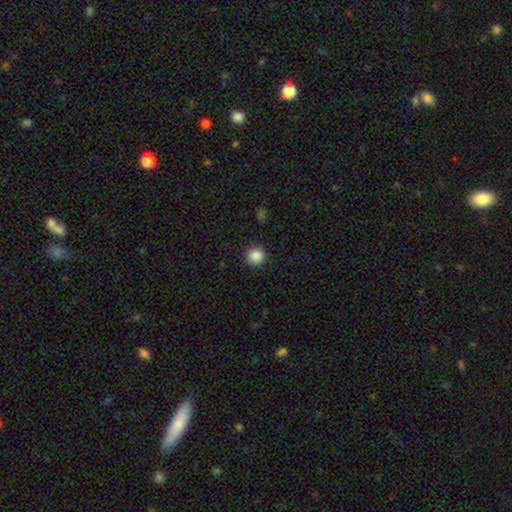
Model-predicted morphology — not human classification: The model was most divided on "smooth or featured": smooth: 88%, star or artifact: 10%, featured or disk: 2%. More confident: how rounded — round (95%); merging — none (92%).